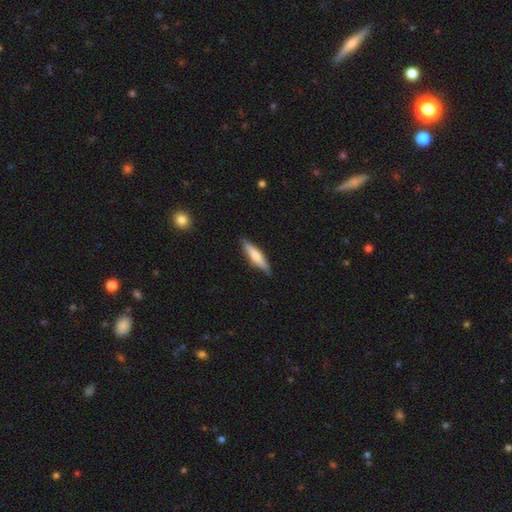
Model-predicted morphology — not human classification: Smooth or featured? smooth (57%)
How rounded? cigar-shaped (82%)
Merging? none (88%)